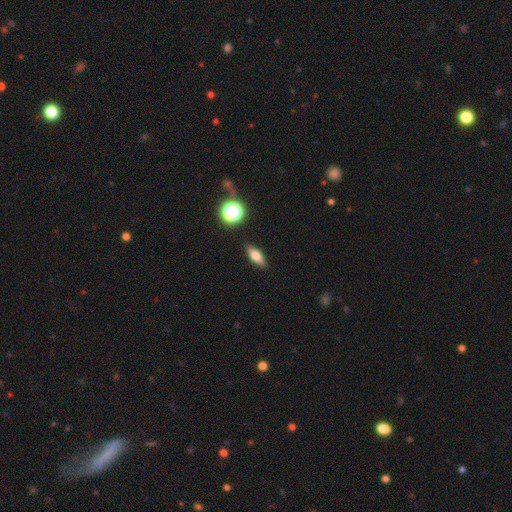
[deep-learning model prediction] Smooth or featured? smooth (68%)
How rounded? in between (65%)
Merging? none (88%)